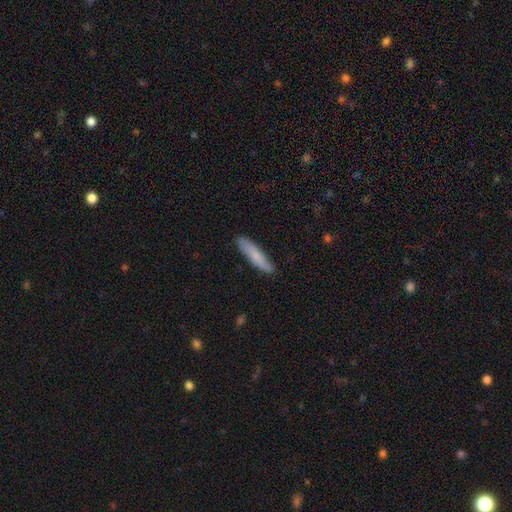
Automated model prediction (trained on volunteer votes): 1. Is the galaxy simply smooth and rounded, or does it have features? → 77% smooth, 18% featured or disk, 6% star or artifact.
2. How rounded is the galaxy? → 84% cigar-shaped, 14% in between, 1% round.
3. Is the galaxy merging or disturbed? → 87% none, 11% minor disturbance, 2% major disturbance, 1% merger.